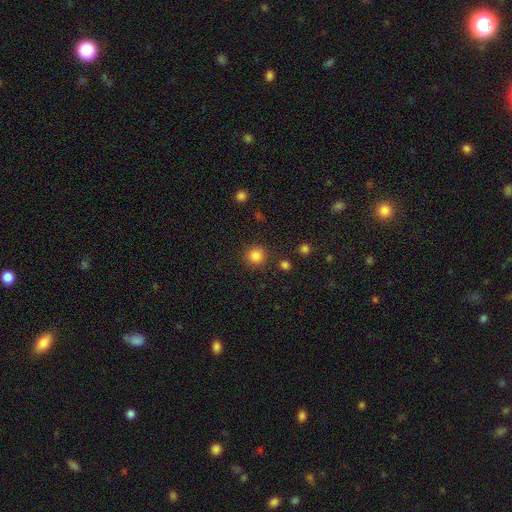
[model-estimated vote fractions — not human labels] A smooth galaxy with no disk features (84%) that is round (93%).

Vote fractions:
- Smooth or featured? smooth: 84% / star or artifact: 12% / featured or disk: 4%
- How rounded? round: 93% / in between: 6% / cigar-shaped: 1%
- Merging? none: 88% / minor disturbance: 7% / major disturbance: 3% / merger: 3%